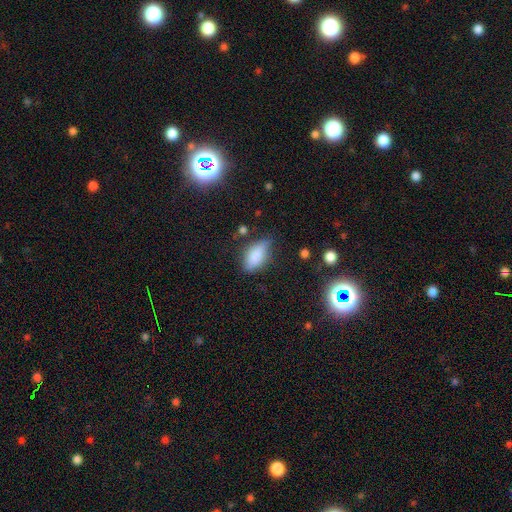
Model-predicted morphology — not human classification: smooth-or-featured: smooth: 76% | featured or disk: 16% | star or artifact: 8%
  how-rounded: in between: 85% | cigar-shaped: 11% | round: 4%
  merging: none: 61% | minor disturbance: 29% | major disturbance: 8% | merger: 3%